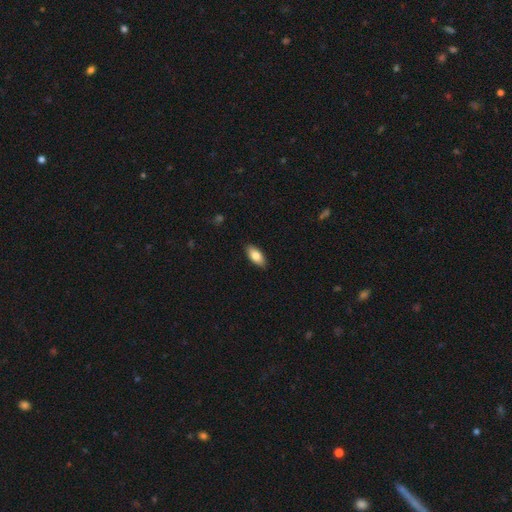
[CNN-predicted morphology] The model was most divided on "smooth or featured": smooth: 81%, featured or disk: 13%, star or artifact: 6%. More confident: merging — none (88%); how rounded — in between (88%).